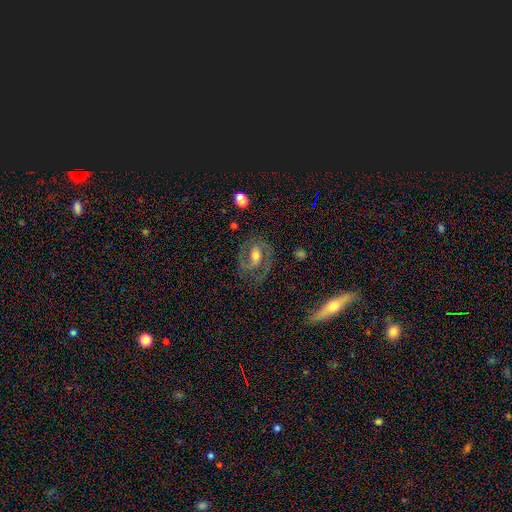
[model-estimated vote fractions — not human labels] smooth-or-featured: featured or disk: 78% | smooth: 15% | star or artifact: 7%
  disk-edge-on: no: 96% | yes: 4%
    bar: weak: 42% | no: 35% | strong: 23%
    has-spiral-arms: yes: 87% | no: 13%
      spiral-winding: medium: 48% | tight: 38% | loose: 14%
      spiral-arm-count: 2: 85% | can't tell: 6% | 1: 5% | 3: 2% | 4: 1% | more than 4: 1%
    bulge-size: moderate: 65% | small: 17% | large: 15% | none: 2% | dominant: 1%
  merging: none: 74% | minor disturbance: 15% | major disturbance: 10% | merger: 2%